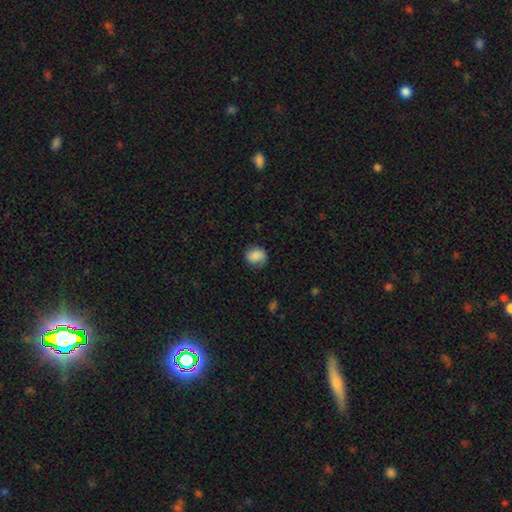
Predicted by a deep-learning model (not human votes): This appears to be a smooth galaxy with no disk features (82%) that is round (68%). Merging: none (71%).